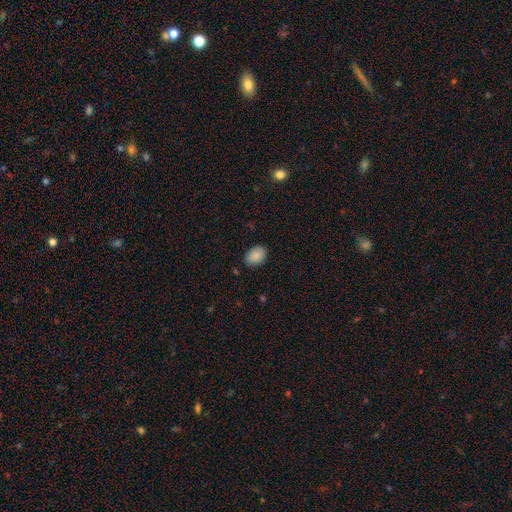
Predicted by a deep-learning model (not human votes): Smooth or featured? smooth (89%)
How rounded? in between (76%)
Merging? none (85%)